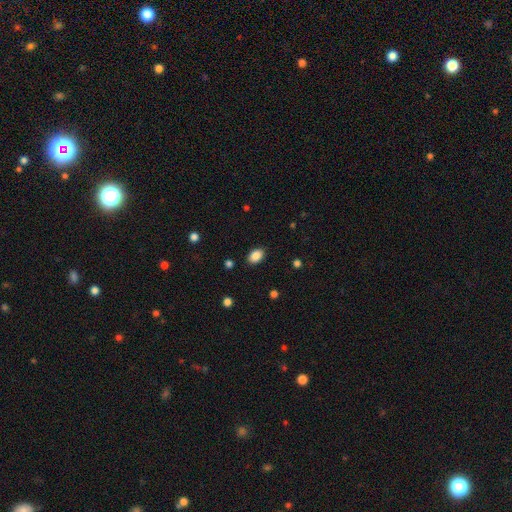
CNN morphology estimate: The model was most divided on "how rounded": in between: 83%, round: 16%, cigar-shaped: 1%. More confident: merging — none (88%); smooth or featured — smooth (88%).